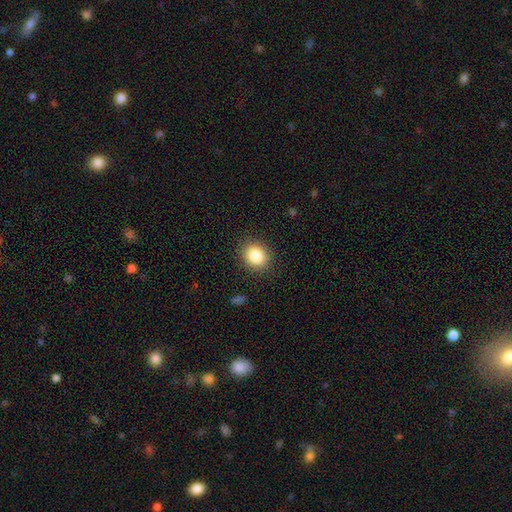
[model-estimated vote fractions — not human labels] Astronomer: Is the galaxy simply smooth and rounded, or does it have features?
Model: smooth — 84%.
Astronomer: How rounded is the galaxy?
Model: round — 63%.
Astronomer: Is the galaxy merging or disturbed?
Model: none — 88%.